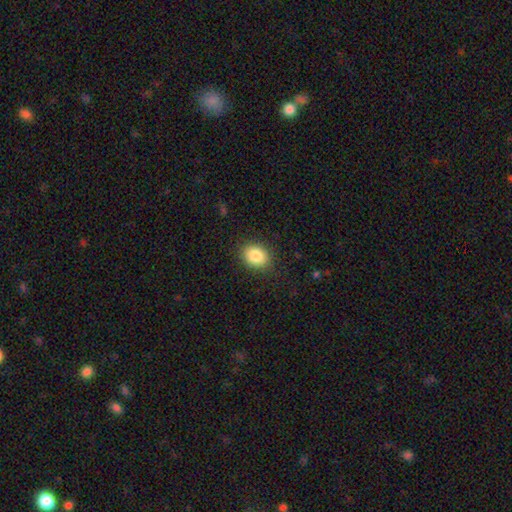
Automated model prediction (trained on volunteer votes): Smooth or featured?
  - smooth: 86% *
  - star or artifact: 9%
  - featured or disk: 5%
How rounded?
  - in between: 52% *
  - round: 47%
  - cigar-shaped: 1%
Merging?
  - none: 88% *
  - minor disturbance: 9%
  - major disturbance: 3%
  - merger: 1%